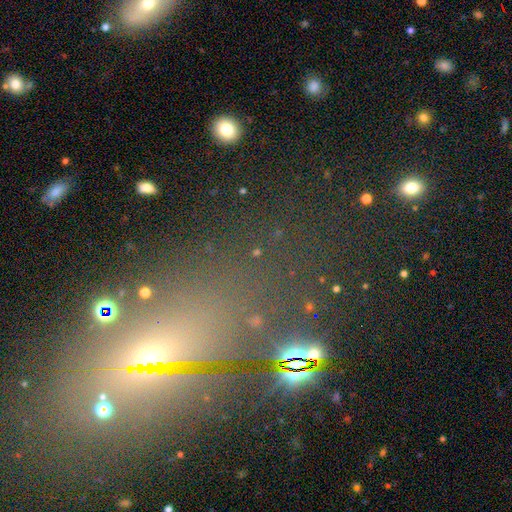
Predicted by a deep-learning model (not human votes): star or artifact 45%, smooth 34%, featured or disk 21%.